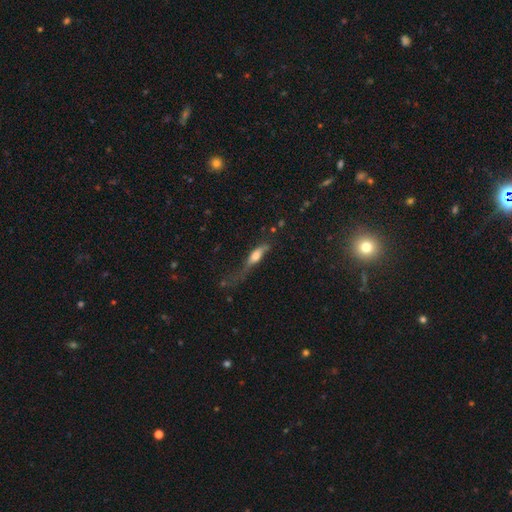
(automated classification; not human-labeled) This appears to be a smooth galaxy with no disk features (61%) that is cigar-shaped (51%). Merging: major disturbance (42%).